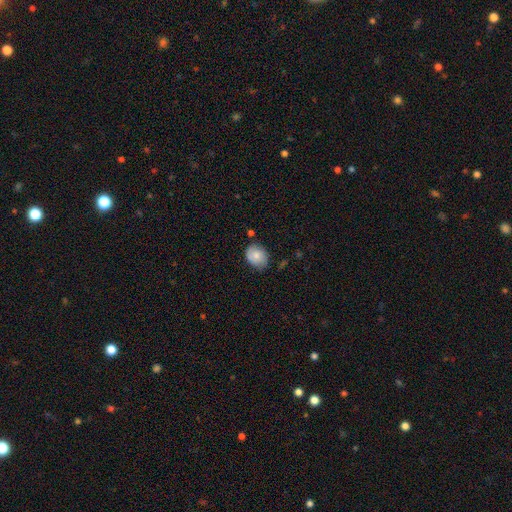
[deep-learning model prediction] Q: Smooth or featured?
A: smooth (74%); runner-up: featured or disk (18%)
Q: How rounded?
A: in between (54%); runner-up: round (45%)
Q: Merging?
A: none (68%); runner-up: minor disturbance (25%)